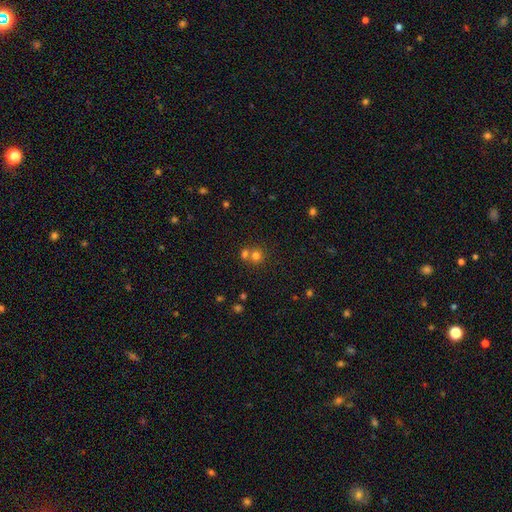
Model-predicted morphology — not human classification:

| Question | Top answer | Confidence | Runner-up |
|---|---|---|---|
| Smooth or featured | smooth | 73% | star or artifact (17%) |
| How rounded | round | 86% | in between (13%) |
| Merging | none | 48% | merger (43%) |